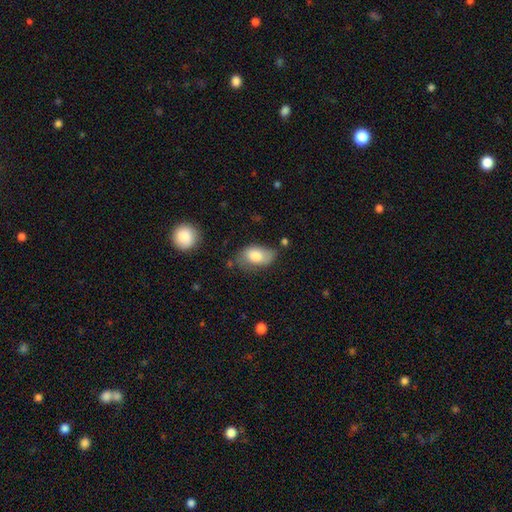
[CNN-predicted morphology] This appears to be a smooth galaxy with no disk features (76%) that is in between round and cigar-shaped (91%). Merging: none (55%).